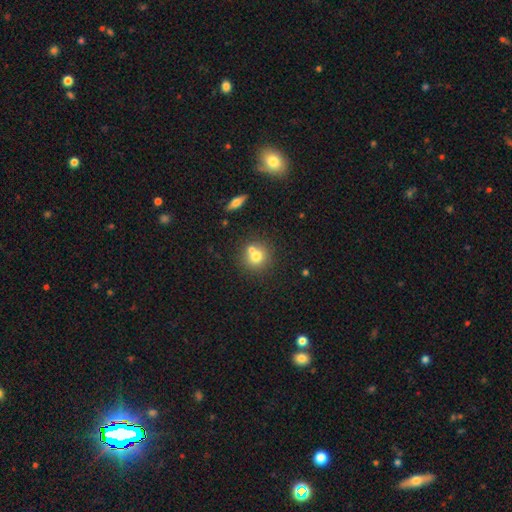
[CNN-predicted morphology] Smooth or featured?
  - smooth: 71% *
  - featured or disk: 18%
  - star or artifact: 12%
How rounded?
  - round: 88% *
  - in between: 11%
  - cigar-shaped: 1%
Merging?
  - none: 51% *
  - merger: 37%
  - minor disturbance: 9%
  - major disturbance: 3%